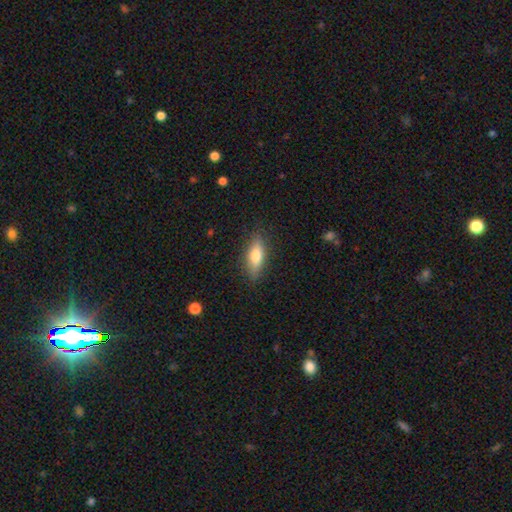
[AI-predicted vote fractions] Smooth or featured? Predicted: smooth (p=0.68). How rounded? Predicted: in between (p=0.62). Merging? Predicted: none (p=0.85).